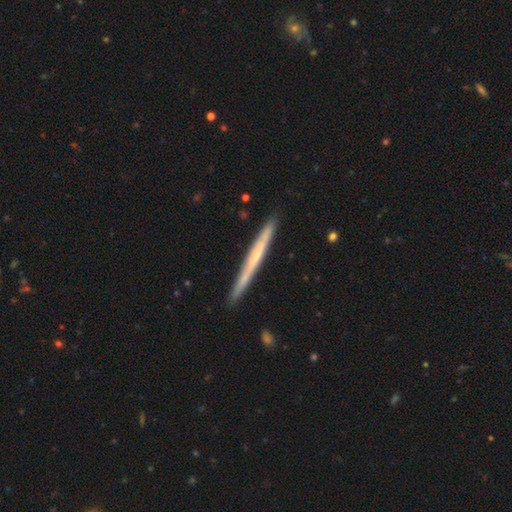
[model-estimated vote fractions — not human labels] smooth_or_featured: featured or disk (p=0.55) [alt: smooth p=0.38]
disk_edge_on: yes (p=0.97) [alt: no p=0.03]
edge_on_bulge: none (p=0.77) [alt: rounded p=0.19]
merging: none (p=0.90) [alt: minor disturbance p=0.08]